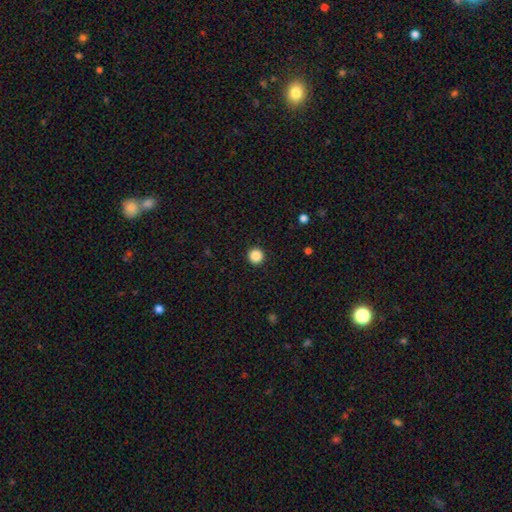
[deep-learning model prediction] A smooth galaxy with no disk features (87%) that is round (96%).

Vote fractions:
- Smooth or featured? smooth: 87% / star or artifact: 10% / featured or disk: 3%
- How rounded? round: 96% / in between: 3% / cigar-shaped: 1%
- Merging? none: 93% / minor disturbance: 4% / major disturbance: 2% / merger: 1%